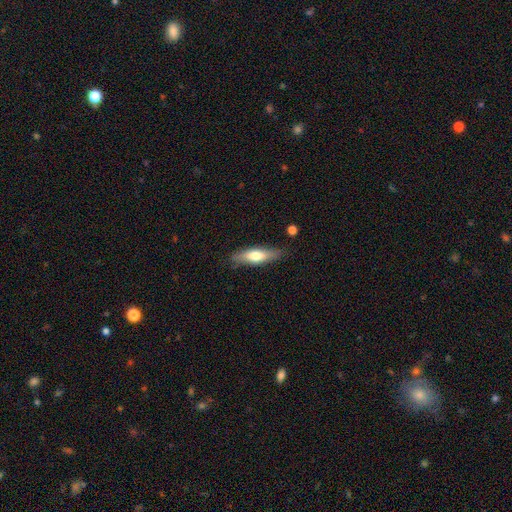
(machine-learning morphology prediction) smooth-or-featured: smooth: 62% | featured or disk: 32% | star or artifact: 6%
  how-rounded: cigar-shaped: 56% | in between: 42% | round: 2%
  merging: none: 82% | minor disturbance: 13% | major disturbance: 3% | merger: 2%